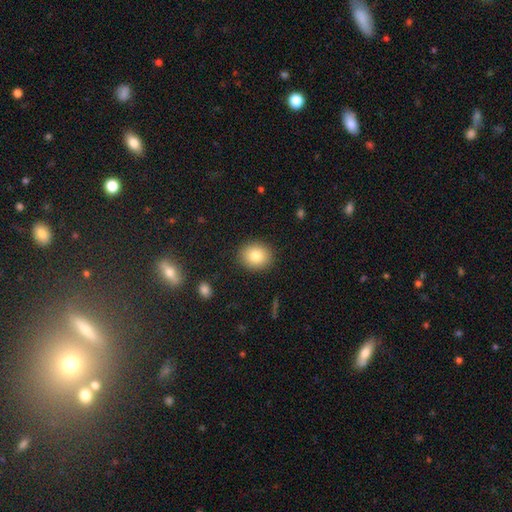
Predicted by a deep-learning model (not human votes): Smooth or featured? smooth (83%)
How rounded? round (69%)
Merging? none (89%)